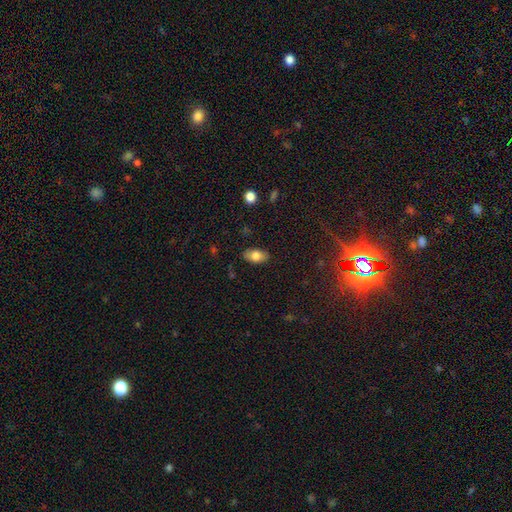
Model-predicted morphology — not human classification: A smooth galaxy with no disk features (78%) that is in between round and cigar-shaped (92%).

Vote fractions:
- Smooth or featured? smooth: 78% / featured or disk: 14% / star or artifact: 7%
- How rounded? in between: 92% / round: 5% / cigar-shaped: 3%
- Merging? none: 86% / minor disturbance: 10% / major disturbance: 2% / merger: 1%